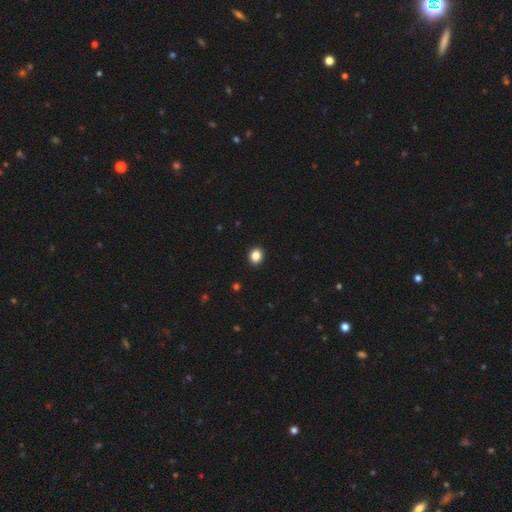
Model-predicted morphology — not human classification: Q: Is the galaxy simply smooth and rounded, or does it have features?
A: smooth — 86%.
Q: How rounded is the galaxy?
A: round — 64%.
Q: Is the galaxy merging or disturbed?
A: none — 92%.